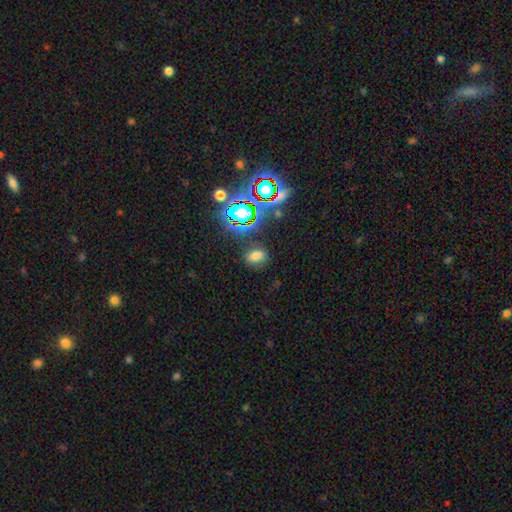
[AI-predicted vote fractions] Smooth or featured? Predicted: smooth (p=0.67). How rounded? Predicted: in between (p=0.73). Merging? Predicted: none (p=0.82).